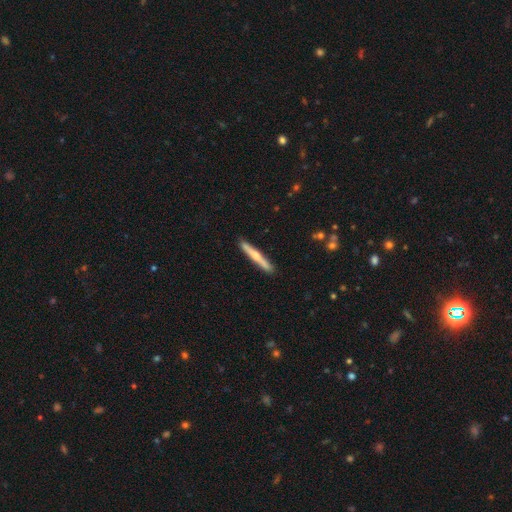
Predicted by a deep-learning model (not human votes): The model was most divided on "smooth or featured": smooth: 51%, featured or disk: 44%, star or artifact: 5%. More confident: how rounded — cigar-shaped (95%); merging — none (90%).